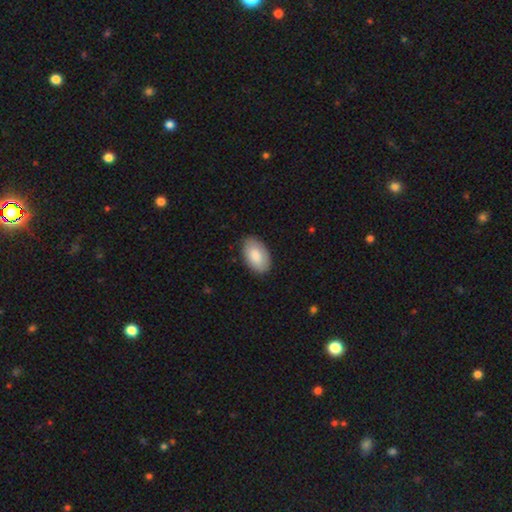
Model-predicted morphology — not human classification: This appears to be a smooth galaxy with no disk features (85%) that is in between round and cigar-shaped (95%). Merging: none (85%).